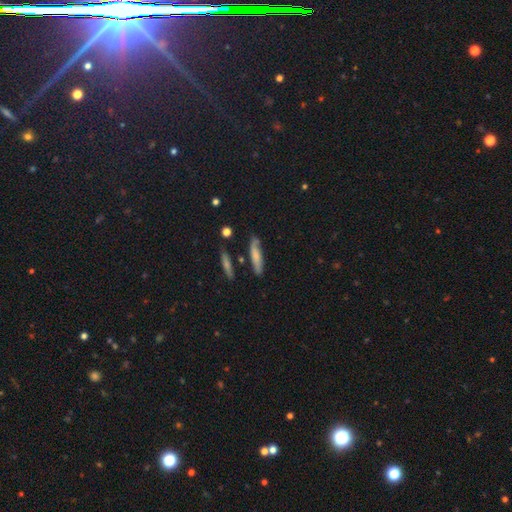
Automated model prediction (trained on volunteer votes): Q: Smooth or featured?
A: smooth (63%); runner-up: featured or disk (30%)
Q: How rounded?
A: cigar-shaped (73%); runner-up: in between (24%)
Q: Merging?
A: none (74%); runner-up: minor disturbance (17%)